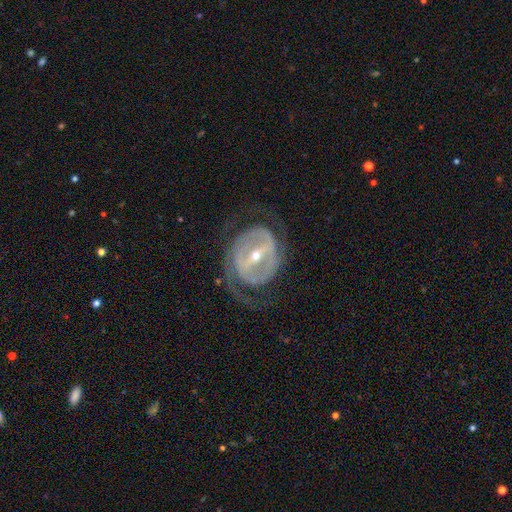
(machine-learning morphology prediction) type=featured or disk (87%); edge-on=no (95%); bar=strong (64%); spiral arms=yes (78%); winding=tight (42%); arm count=2 (71%); bulge=small (61%); merging=none (65%).